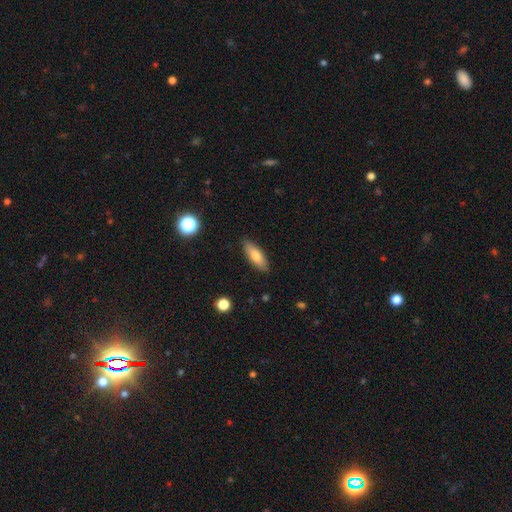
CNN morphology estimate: A smooth galaxy with no disk features (76%) that is in between round and cigar-shaped (62%).

Vote fractions:
- Smooth or featured? smooth: 76% / featured or disk: 17% / star or artifact: 7%
- How rounded? in between: 62% / cigar-shaped: 35% / round: 2%
- Merging? none: 87% / minor disturbance: 10% / major disturbance: 2% / merger: 1%